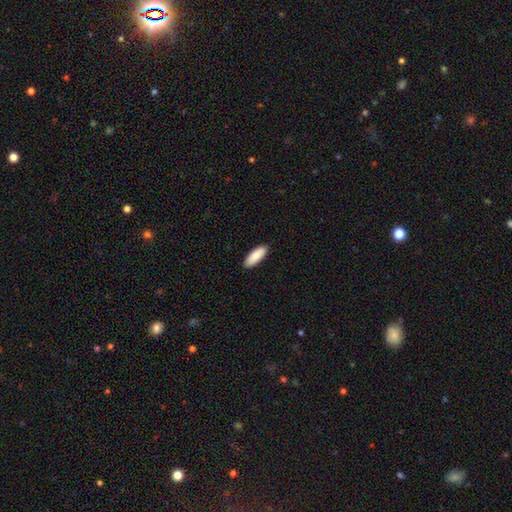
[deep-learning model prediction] smooth_or_featured: smooth (p=0.88) [alt: featured or disk p=0.07]
how_rounded: in between (p=0.67) [alt: cigar-shaped p=0.32]
merging: none (p=0.90) [alt: minor disturbance p=0.07]